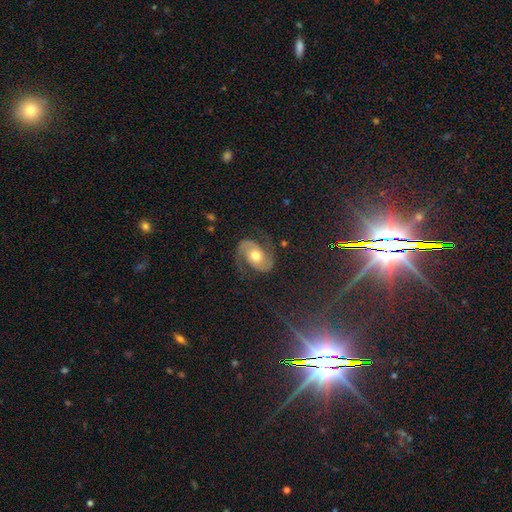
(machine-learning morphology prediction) Smooth or featured? featured or disk (86%)
Edge-on disk? no (98%)
Bar? no (67%)
Spiral arms? yes (97%)
Spiral winding? medium (52%)
Spiral arm count? 2 (94%)
Bulge size? moderate (76%)
Merging? none (77%)